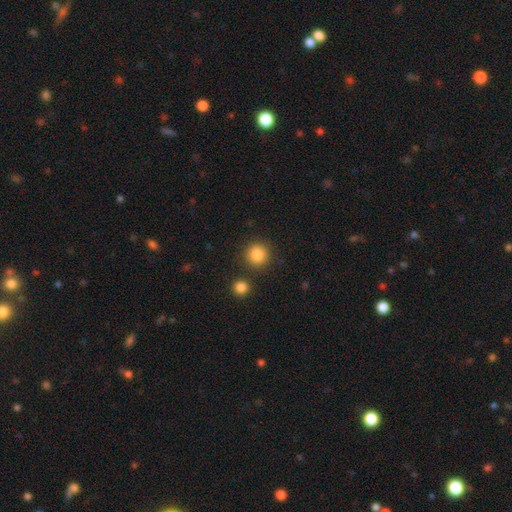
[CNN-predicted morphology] Smooth or featured: smooth — 86% (star or artifact — 10%)
How rounded: round — 93% (in between — 6%)
Merging: none — 86% (minor disturbance — 7%)